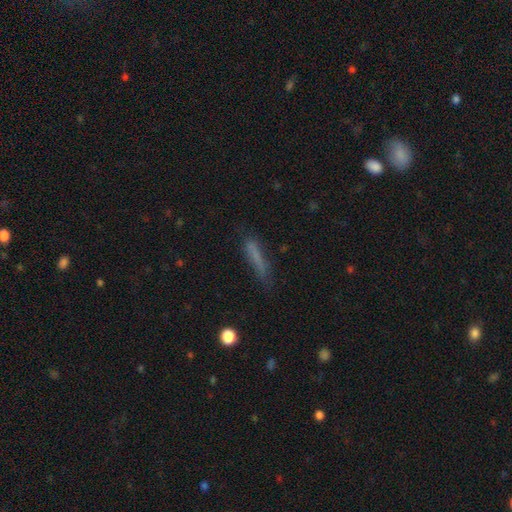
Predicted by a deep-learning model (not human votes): Smooth or featured?
  - smooth: 70% *
  - featured or disk: 19%
  - star or artifact: 11%
How rounded?
  - cigar-shaped: 87% *
  - in between: 11%
  - round: 2%
Merging?
  - none: 66% *
  - minor disturbance: 23%
  - major disturbance: 9%
  - merger: 3%